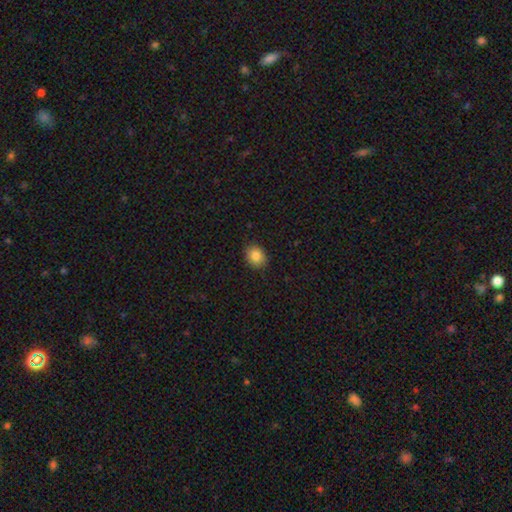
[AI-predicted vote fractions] This appears to be a smooth galaxy with no disk features (85%) that is round (57%). Merging: none (89%).